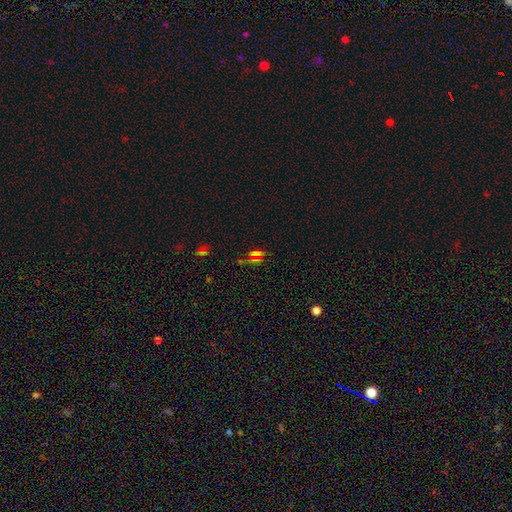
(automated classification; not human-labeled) star or artifact 50%, smooth 37%, featured or disk 12%.